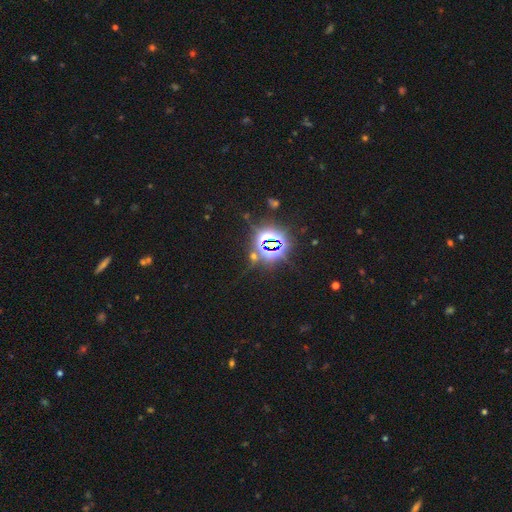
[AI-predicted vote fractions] Smooth or featured: star or artifact — 82% (smooth — 10%)